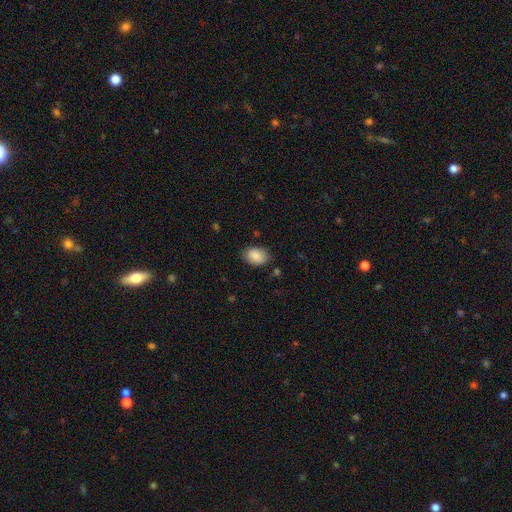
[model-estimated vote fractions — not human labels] Smooth or featured: smooth — 87% (star or artifact — 7%)
How rounded: in between — 79% (round — 20%)
Merging: none — 80% (minor disturbance — 15%)